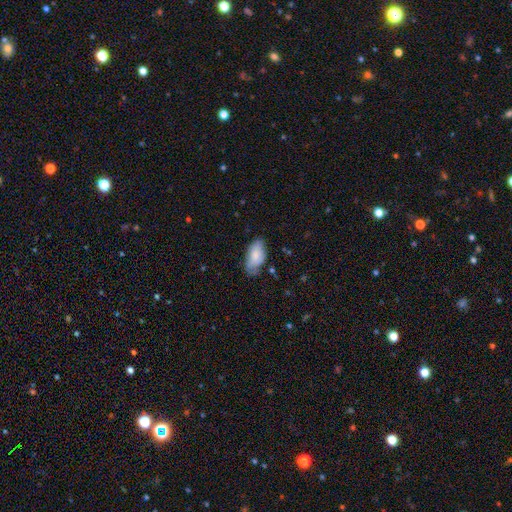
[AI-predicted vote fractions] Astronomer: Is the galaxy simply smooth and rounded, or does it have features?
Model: smooth — 79%.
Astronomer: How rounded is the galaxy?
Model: in between — 94%.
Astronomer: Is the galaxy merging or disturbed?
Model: none — 59%.